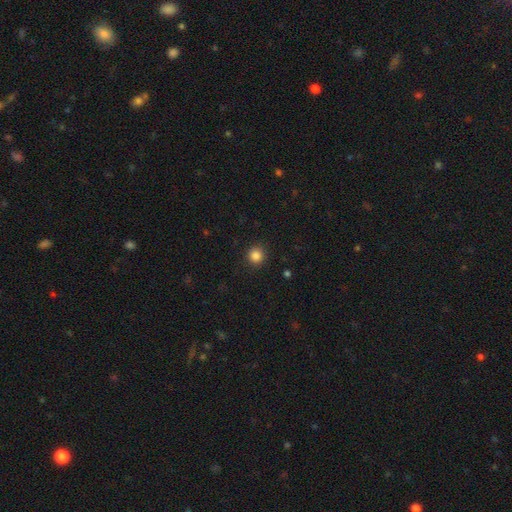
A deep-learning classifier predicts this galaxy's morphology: type=smooth (85%); roundness=round (95%); merging=none (92%).